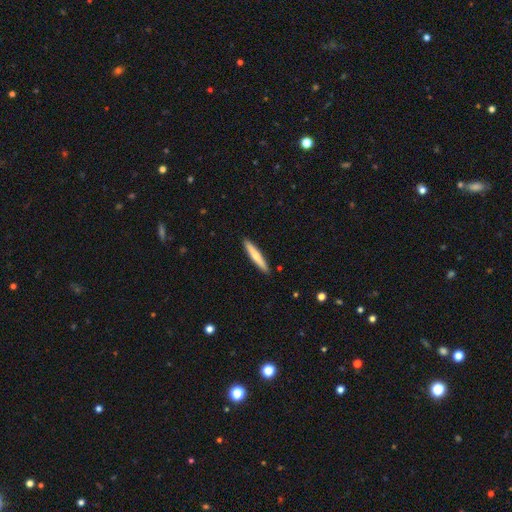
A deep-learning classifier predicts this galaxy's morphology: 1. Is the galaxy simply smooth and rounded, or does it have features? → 65% smooth, 30% featured or disk, 5% star or artifact.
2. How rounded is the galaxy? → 94% cigar-shaped, 5% in between, 1% round.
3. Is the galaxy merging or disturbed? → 91% none, 6% minor disturbance, 1% major disturbance, 1% merger.